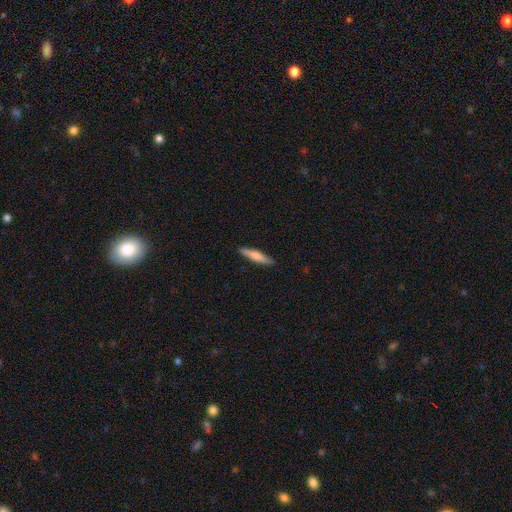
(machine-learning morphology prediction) Smooth or featured? smooth (63%)
How rounded? cigar-shaped (87%)
Merging? none (89%)